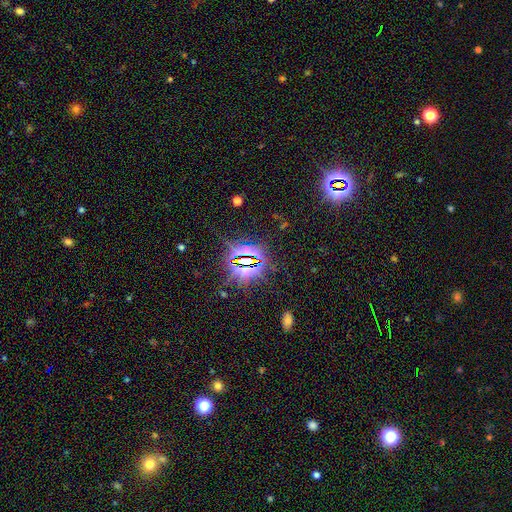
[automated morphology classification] Overall: star or artifact (85%).